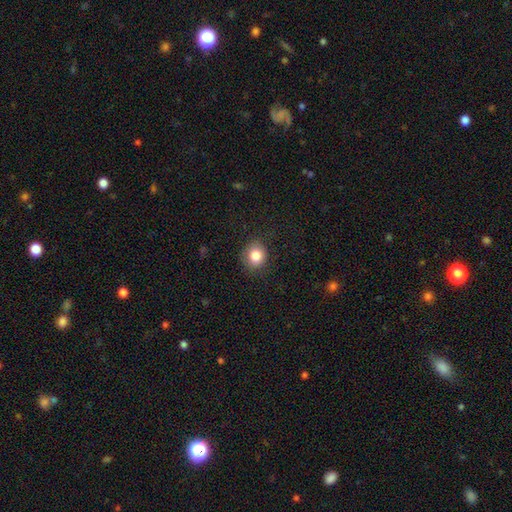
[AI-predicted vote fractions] Smooth or featured: smooth — 84% (star or artifact — 10%)
How rounded: round — 78% (in between — 21%)
Merging: none — 84% (minor disturbance — 12%)